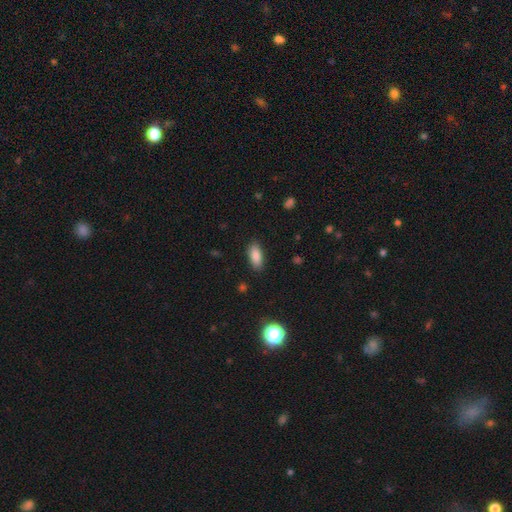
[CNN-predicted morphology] This is clearly a smooth galaxy (85%). How rounded: clearly in between (84%). Merging: clearly none (87%).